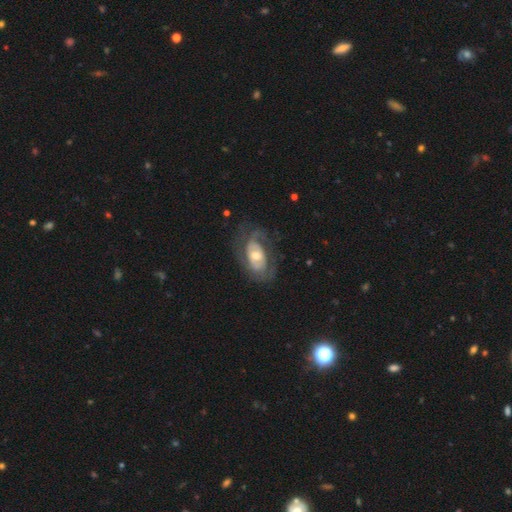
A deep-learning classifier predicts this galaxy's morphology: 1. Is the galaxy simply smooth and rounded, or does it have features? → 70% featured or disk, 24% smooth, 6% star or artifact.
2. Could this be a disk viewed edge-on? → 93% no, 7% yes.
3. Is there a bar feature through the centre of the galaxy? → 67% no, 24% weak, 8% strong.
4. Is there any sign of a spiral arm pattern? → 67% yes, 33% no.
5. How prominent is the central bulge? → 61% moderate, 27% small, 9% large, 1% none, 1% dominant.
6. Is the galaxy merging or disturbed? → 60% none, 20% minor disturbance, 18% major disturbance, 2% merger.